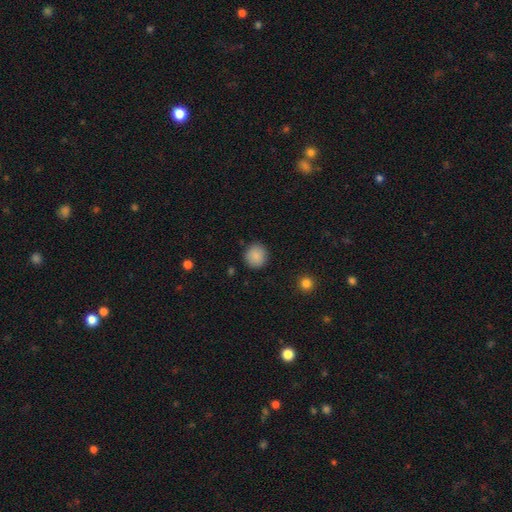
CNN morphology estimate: smooth-or-featured: smooth: 88% | star or artifact: 8% | featured or disk: 4%
  how-rounded: round: 91% | in between: 8% | cigar-shaped: 1%
  merging: none: 89% | minor disturbance: 7% | major disturbance: 2% | merger: 1%